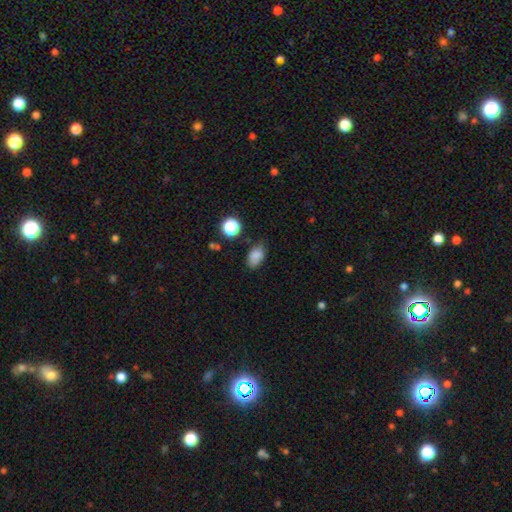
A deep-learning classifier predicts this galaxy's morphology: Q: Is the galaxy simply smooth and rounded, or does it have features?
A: smooth — 83%.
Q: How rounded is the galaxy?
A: in between — 86%.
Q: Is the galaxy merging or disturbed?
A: none — 70%.